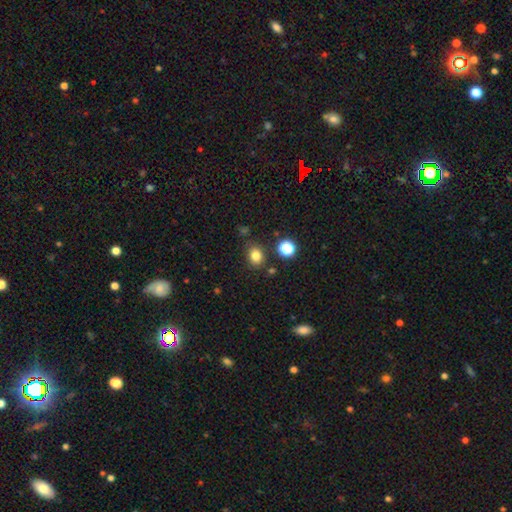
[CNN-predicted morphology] A smooth galaxy with no disk features (80%) that is round (57%). Merging: none (81%).